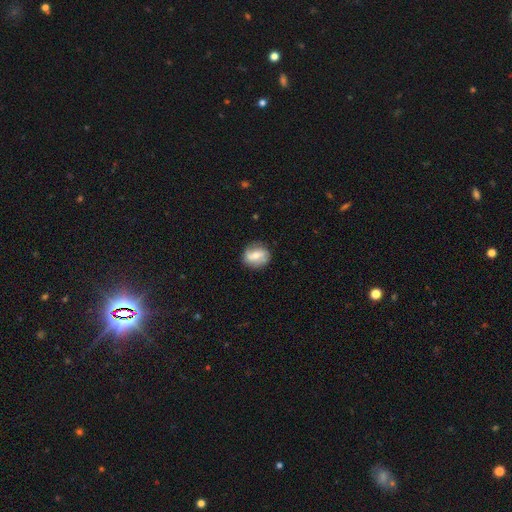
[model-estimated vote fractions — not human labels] Smooth or featured: featured or disk — 50% (smooth — 42%)
Merging: none — 78% (minor disturbance — 16%)